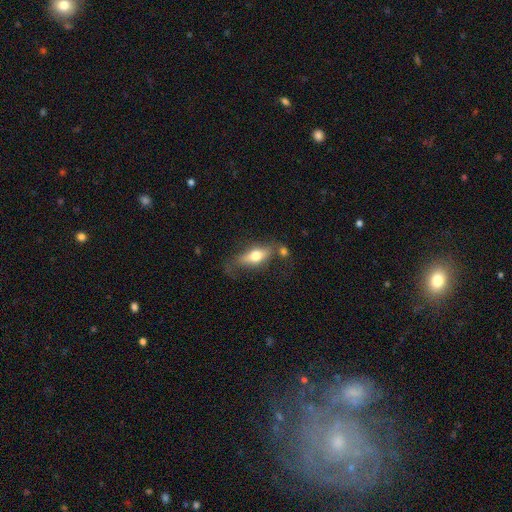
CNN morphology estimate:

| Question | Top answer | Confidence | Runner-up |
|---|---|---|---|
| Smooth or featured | smooth | 56% | featured or disk (37%) |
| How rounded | in between | 66% | cigar-shaped (28%) |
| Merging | none | 54% | minor disturbance (23%) |